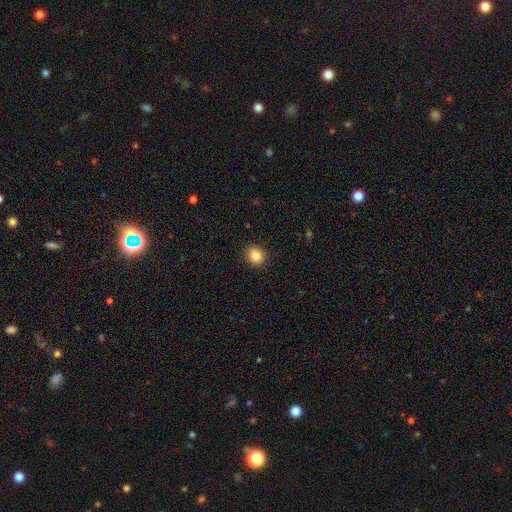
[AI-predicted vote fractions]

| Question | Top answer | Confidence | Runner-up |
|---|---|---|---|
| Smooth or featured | smooth | 84% | star or artifact (10%) |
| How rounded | round | 79% | in between (20%) |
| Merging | none | 91% | minor disturbance (6%) |